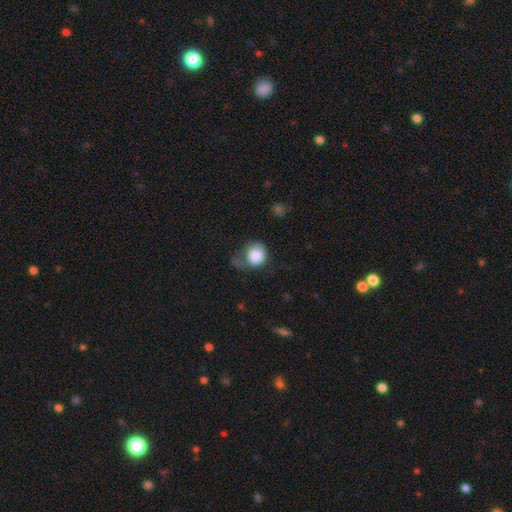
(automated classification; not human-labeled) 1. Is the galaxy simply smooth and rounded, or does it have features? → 83% smooth, 9% featured or disk, 8% star or artifact.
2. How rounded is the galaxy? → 79% round, 20% in between, 1% cigar-shaped.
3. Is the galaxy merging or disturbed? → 38% none, 32% minor disturbance, 24% major disturbance, 6% merger.